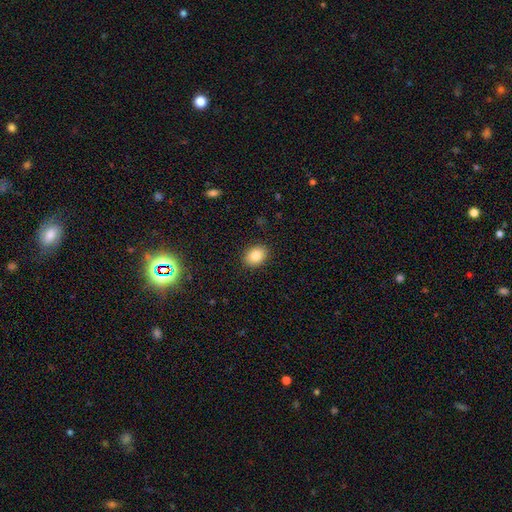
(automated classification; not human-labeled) Overall: smooth (84%). How rounded: in between (63%; round 36%). Merging: none (89%).